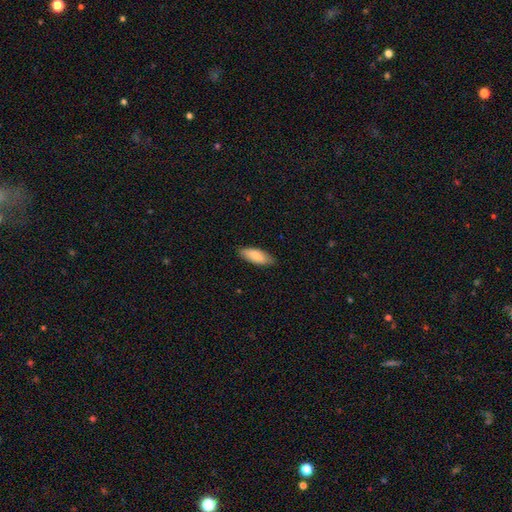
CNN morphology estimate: type=smooth (82%); roundness=in between (74%); merging=none (85%).